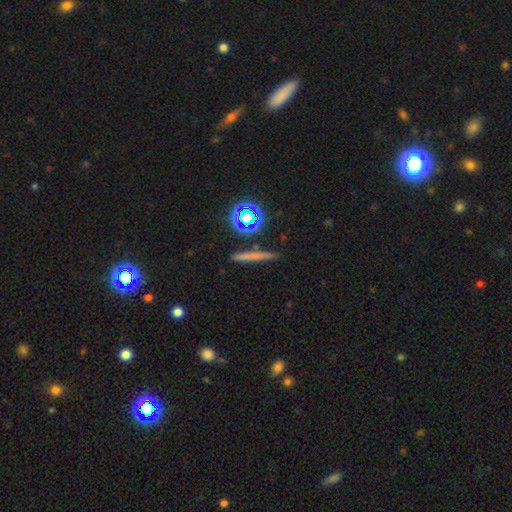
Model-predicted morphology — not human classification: A smooth galaxy with no disk features (54%) that is cigar-shaped (85%).

Vote fractions:
- Smooth or featured? smooth: 54% / featured or disk: 27% / star or artifact: 19%
- How rounded? cigar-shaped: 85% / round: 10% / in between: 5%
- Merging? none: 88% / minor disturbance: 7% / merger: 3% / major disturbance: 2%